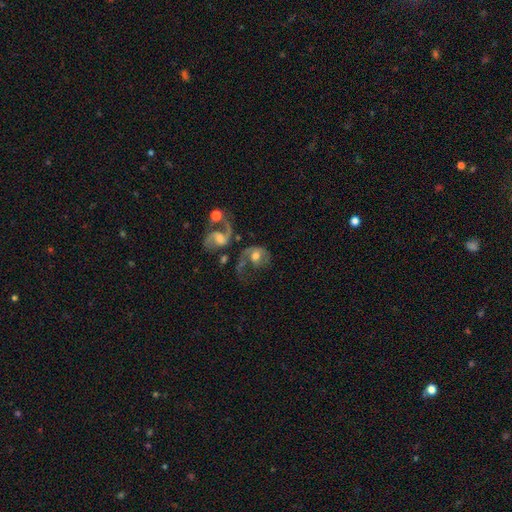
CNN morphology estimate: Smooth or featured? Predicted: featured or disk (p=0.61). Edge-on disk? Predicted: no (p=0.96). Bar? Predicted: no (p=0.62). Spiral arms? Predicted: yes (p=0.77). Bulge size? Predicted: moderate (p=0.60). Merging? Predicted: major disturbance (p=0.31).